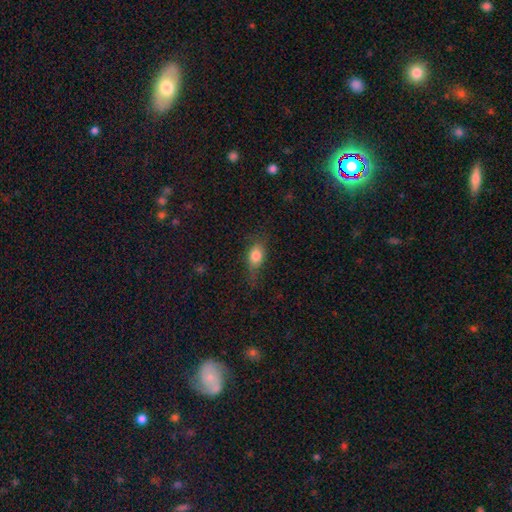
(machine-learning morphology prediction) Smooth or featured?
  - smooth: 77% *
  - featured or disk: 13%
  - star or artifact: 9%
How rounded?
  - in between: 76% *
  - round: 15%
  - cigar-shaped: 8%
Merging?
  - none: 61% *
  - minor disturbance: 27%
  - major disturbance: 11%
  - merger: 2%